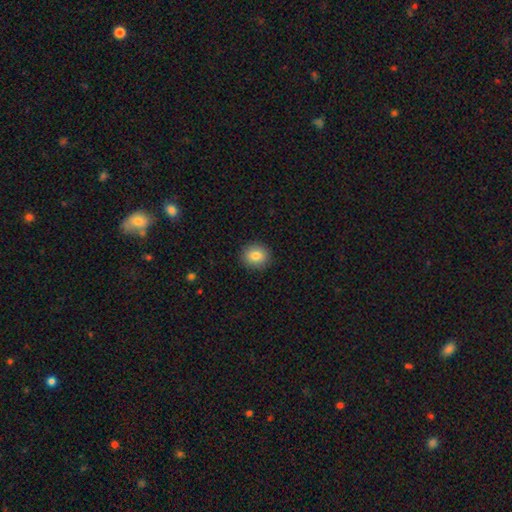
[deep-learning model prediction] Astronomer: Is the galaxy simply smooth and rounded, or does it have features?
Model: smooth — 83%.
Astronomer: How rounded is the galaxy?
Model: round — 80%.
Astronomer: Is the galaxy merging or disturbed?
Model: none — 91%.